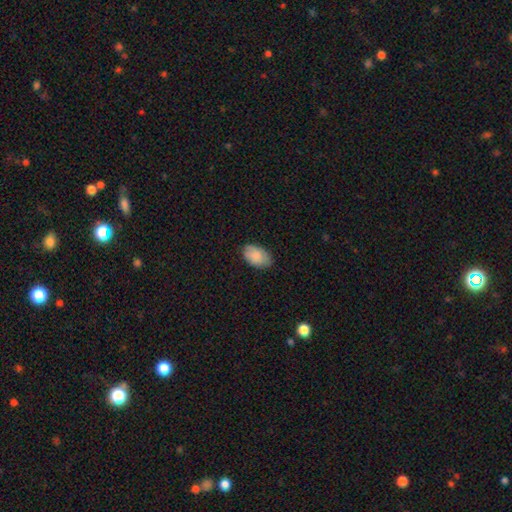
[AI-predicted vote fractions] Overall: smooth (84%). How rounded: in between (92%). Merging: none (79%).